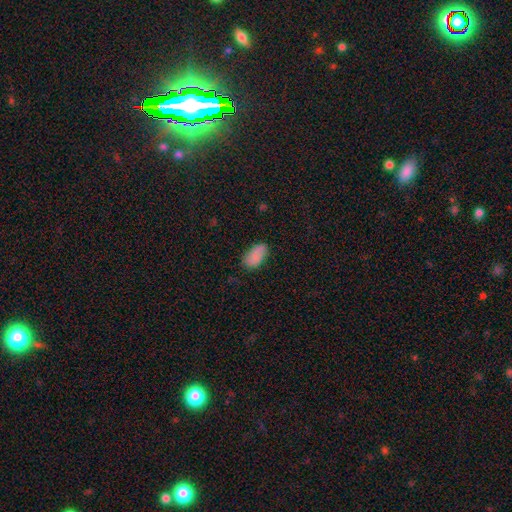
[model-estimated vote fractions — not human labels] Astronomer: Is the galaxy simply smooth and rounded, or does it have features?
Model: smooth — 84%.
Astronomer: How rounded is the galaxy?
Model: in between — 94%.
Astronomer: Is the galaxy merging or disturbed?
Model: none — 73%.